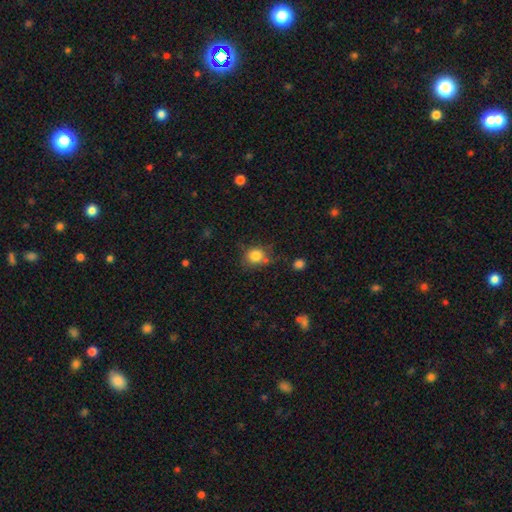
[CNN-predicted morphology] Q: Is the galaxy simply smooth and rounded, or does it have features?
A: smooth — 83%.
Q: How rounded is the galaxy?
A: round — 79%.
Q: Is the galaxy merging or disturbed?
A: none — 70%.